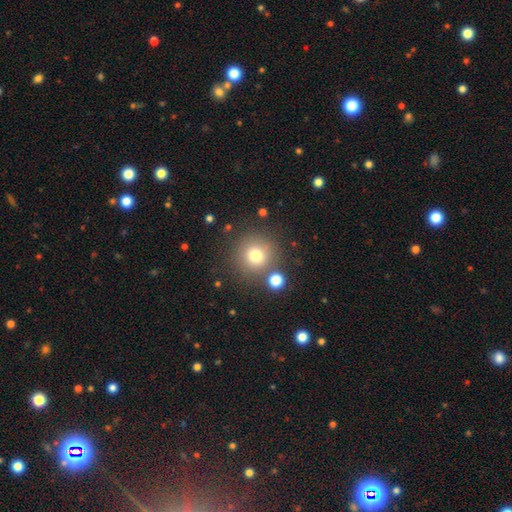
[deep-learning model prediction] Smooth or featured?
  - smooth: 75% *
  - star or artifact: 15%
  - featured or disk: 10%
How rounded?
  - round: 95% *
  - in between: 4%
  - cigar-shaped: 1%
Merging?
  - none: 80% *
  - merger: 8%
  - minor disturbance: 8%
  - major disturbance: 4%